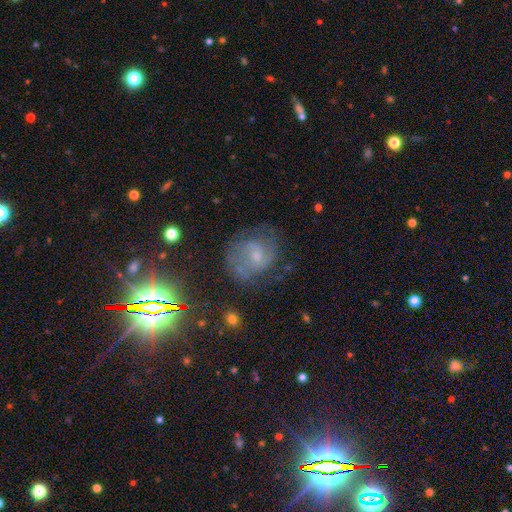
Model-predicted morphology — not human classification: Smooth or featured? Predicted: featured or disk (p=0.70). Edge-on disk? Predicted: no (p=0.98). Bar? Predicted: no (p=0.48). Spiral arms? Predicted: yes (p=0.88). Spiral winding? Predicted: medium (p=0.49). Spiral arm count? Predicted: 2 (p=0.63). Bulge size? Predicted: small (p=0.52). Merging? Predicted: none (p=0.63).